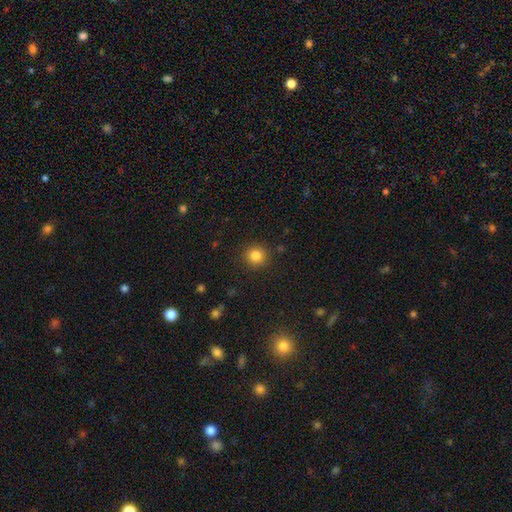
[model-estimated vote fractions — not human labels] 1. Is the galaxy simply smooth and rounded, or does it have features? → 84% smooth, 11% star or artifact, 5% featured or disk.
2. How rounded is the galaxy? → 92% round, 7% in between, 1% cigar-shaped.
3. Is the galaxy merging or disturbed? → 90% none, 7% minor disturbance, 2% major disturbance, 1% merger.